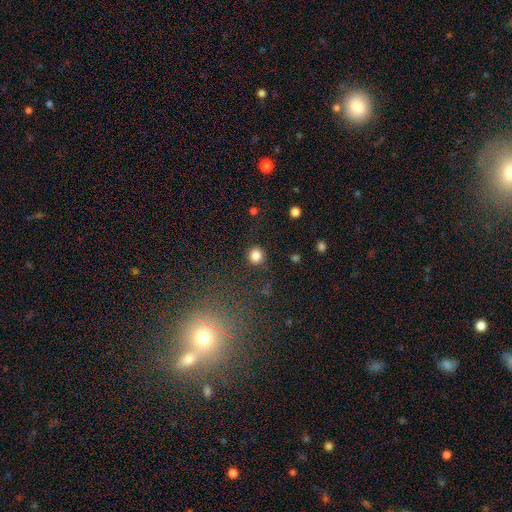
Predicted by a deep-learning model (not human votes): This appears to be a smooth galaxy with no disk features (84%) that is round (92%). Merging: none (89%).